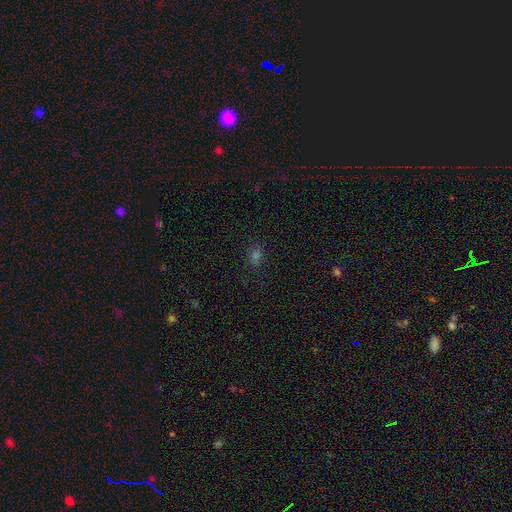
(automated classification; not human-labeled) Morphology: type=smooth (68%); roundness=in between (61%); merging=none (82%).